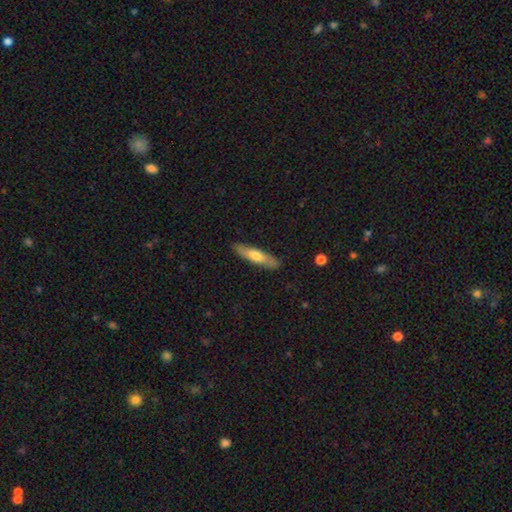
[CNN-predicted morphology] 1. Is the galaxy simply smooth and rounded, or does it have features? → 60% smooth, 34% featured or disk, 5% star or artifact.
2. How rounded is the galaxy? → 77% cigar-shaped, 22% in between, 2% round.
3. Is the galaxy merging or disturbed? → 86% none, 11% minor disturbance, 2% major disturbance, 1% merger.